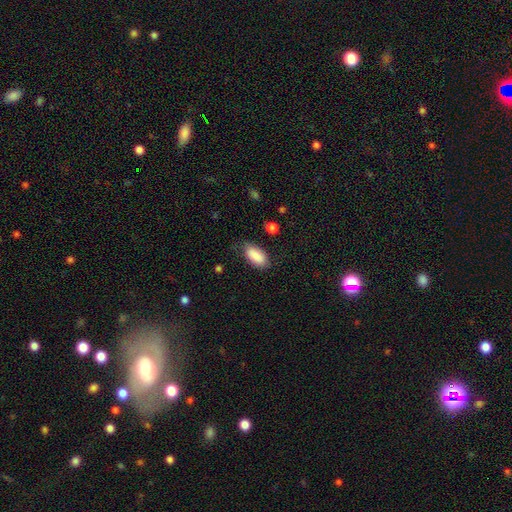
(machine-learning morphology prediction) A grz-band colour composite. It shows a smooth galaxy with no disk features (87%) that is in between round and cigar-shaped (92%). Merging: none (69%).